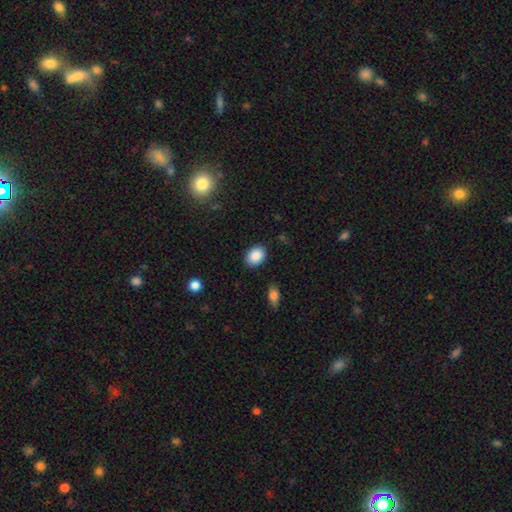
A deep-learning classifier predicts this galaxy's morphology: type=smooth (88%); roundness=in between (66%); merging=none (86%).